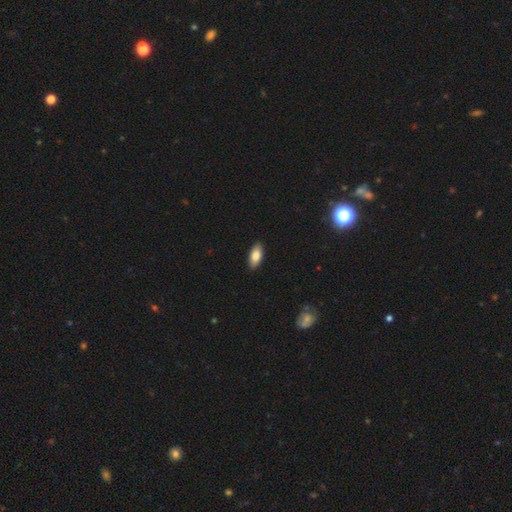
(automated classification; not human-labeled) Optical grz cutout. It shows a smooth galaxy with no disk features (83%) that is in between round and cigar-shaped (89%). Merging: none (90%).